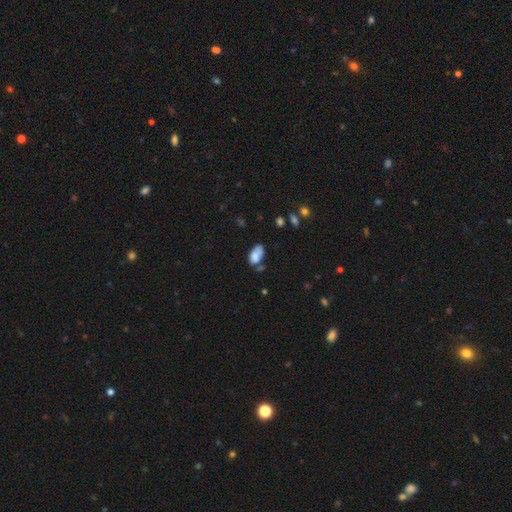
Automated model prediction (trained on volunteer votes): A smooth galaxy with no disk features (77%) that is in between round and cigar-shaped (92%).

Vote fractions:
- Smooth or featured? smooth: 77% / featured or disk: 14% / star or artifact: 9%
- How rounded? in between: 92% / round: 5% / cigar-shaped: 2%
- Merging? none: 42% / minor disturbance: 30% / merger: 16% / major disturbance: 12%